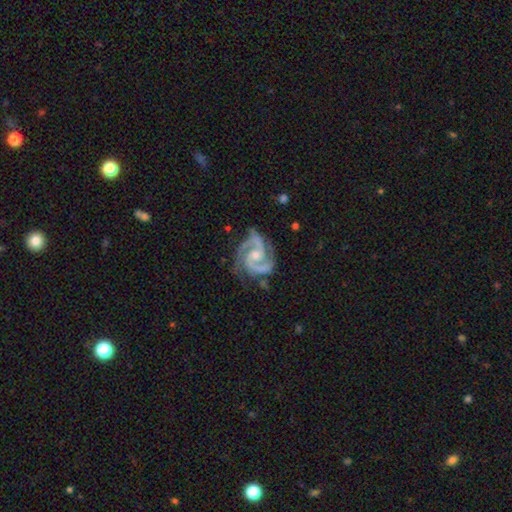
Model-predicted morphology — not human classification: Smooth or featured?
  - featured or disk: 94% *
  - star or artifact: 4%
  - smooth: 3%
Edge-on disk?
  - no: 98% *
  - yes: 2%
Bar?
  - no: 55% *
  - weak: 36%
  - strong: 9%
Spiral arms?
  - yes: 99% *
  - no: 1%
Spiral winding?
  - medium: 57% *
  - tight: 35%
  - loose: 8%
Spiral arm count?
  - 2: 84% *
  - 3: 10%
  - can't tell: 2%
  - 4: 1%
  - 1: 1%
  - more than 4: 1%
Bulge size?
  - moderate: 47% *
  - small: 45%
  - none: 6%
  - large: 2%
  - dominant: 1%
Merging?
  - none: 70% *
  - minor disturbance: 21%
  - major disturbance: 7%
  - merger: 2%